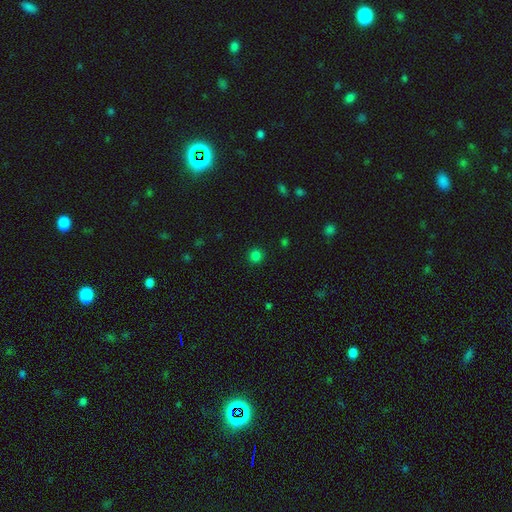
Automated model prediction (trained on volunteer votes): smooth-or-featured: smooth: 80% | star or artifact: 16% | featured or disk: 3%
  how-rounded: round: 94% | in between: 5% | cigar-shaped: 1%
  merging: none: 92% | minor disturbance: 5% | major disturbance: 2% | merger: 1%